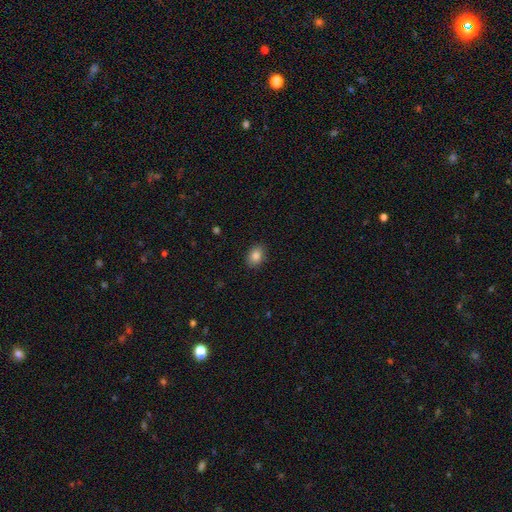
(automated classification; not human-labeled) Smooth or featured: smooth — 85% (star or artifact — 9%)
How rounded: in between — 69% (round — 30%)
Merging: none — 88% (minor disturbance — 9%)